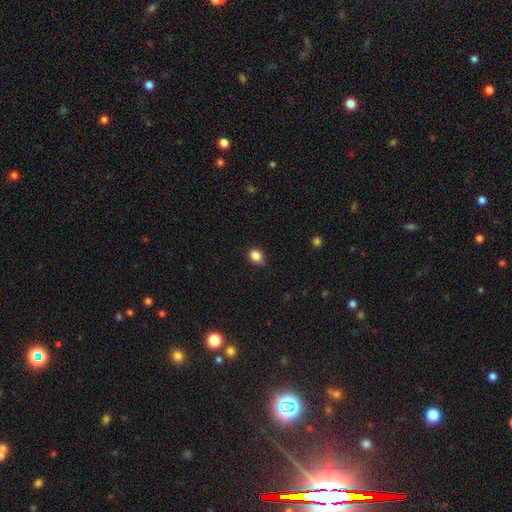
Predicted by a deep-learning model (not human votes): A smooth galaxy with no disk features (85%) that is in between round and cigar-shaped (51%).

Vote fractions:
- Smooth or featured? smooth: 85% / star or artifact: 10% / featured or disk: 4%
- How rounded? in between: 51% / round: 48% / cigar-shaped: 1%
- Merging? none: 71% / minor disturbance: 24% / major disturbance: 3% / merger: 1%